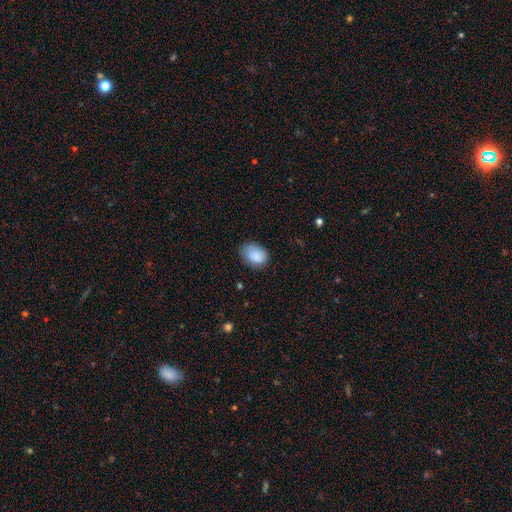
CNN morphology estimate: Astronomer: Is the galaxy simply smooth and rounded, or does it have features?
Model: smooth — 86%.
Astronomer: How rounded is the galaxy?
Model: in between — 79%.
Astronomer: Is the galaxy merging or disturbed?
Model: none — 64%.